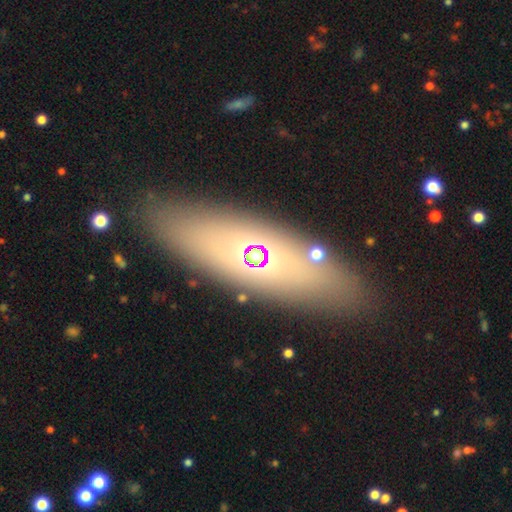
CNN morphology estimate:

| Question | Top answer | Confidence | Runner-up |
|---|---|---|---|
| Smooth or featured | smooth | 45% | featured or disk (34%) |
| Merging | none | 86% | minor disturbance (9%) |